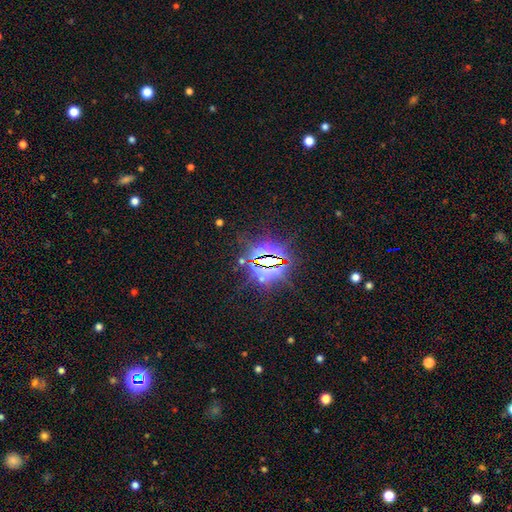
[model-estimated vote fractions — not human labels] smooth_or_featured: star or artifact (p=0.86) [alt: smooth p=0.07]